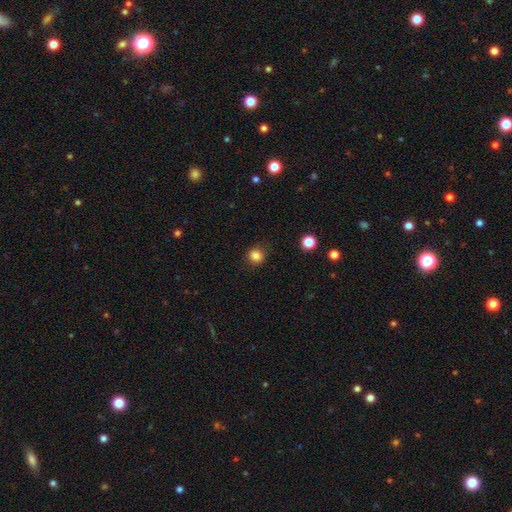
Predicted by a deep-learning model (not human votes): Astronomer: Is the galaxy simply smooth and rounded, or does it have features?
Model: smooth — 84%.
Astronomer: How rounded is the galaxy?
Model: round — 84%.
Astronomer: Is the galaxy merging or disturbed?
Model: none — 85%.